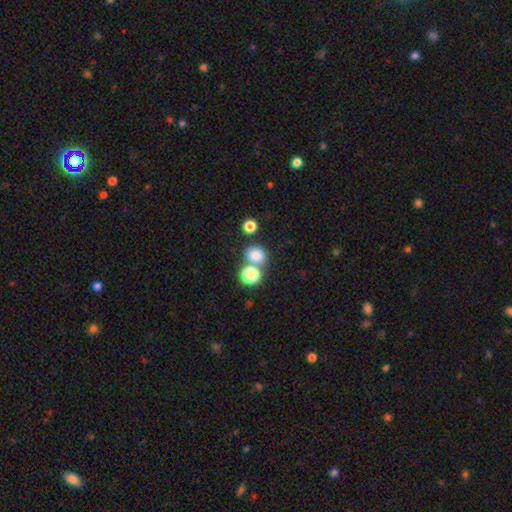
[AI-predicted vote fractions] Smooth or featured: smooth — 78% (star or artifact — 16%)
How rounded: round — 72% (in between — 27%)
Merging: none — 61% (merger — 27%)